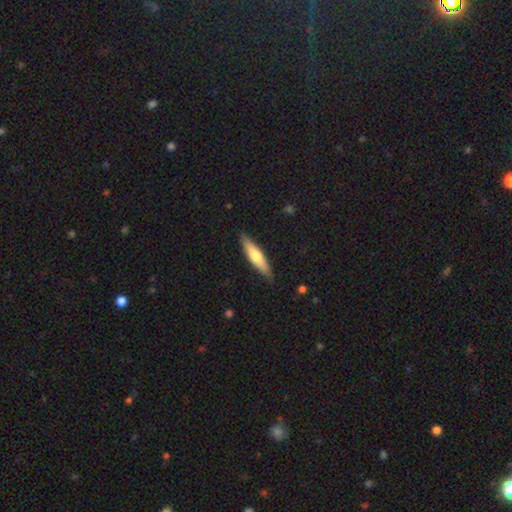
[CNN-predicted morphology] type=smooth (57%); roundness=cigar-shaped (78%); merging=none (86%).